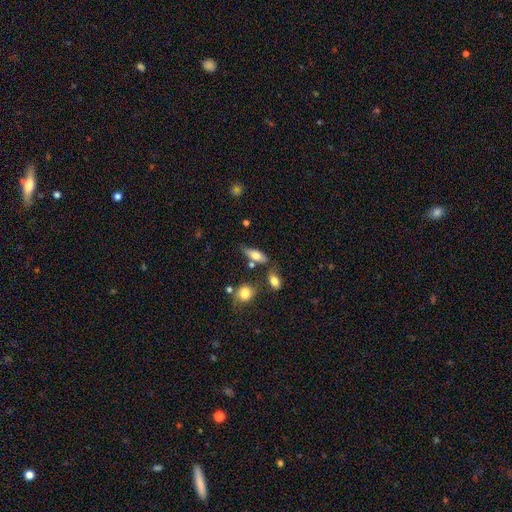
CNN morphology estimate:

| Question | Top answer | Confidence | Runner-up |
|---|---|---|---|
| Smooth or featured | smooth | 65% | featured or disk (27%) |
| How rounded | in between | 68% | cigar-shaped (28%) |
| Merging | none | 63% | minor disturbance (18%) |